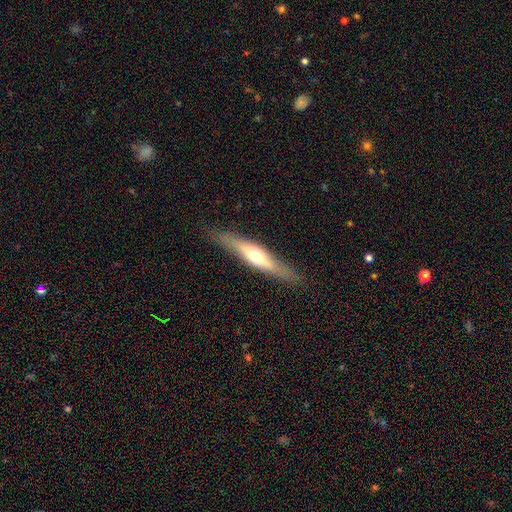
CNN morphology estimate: smooth-or-featured: featured or disk: 59% | smooth: 35% | star or artifact: 6%
  disk-edge-on: yes: 91% | no: 9%
    edge-on-bulge: rounded: 88% | none: 7% | boxy: 6%
  merging: none: 88% | minor disturbance: 9% | major disturbance: 2% | merger: 1%